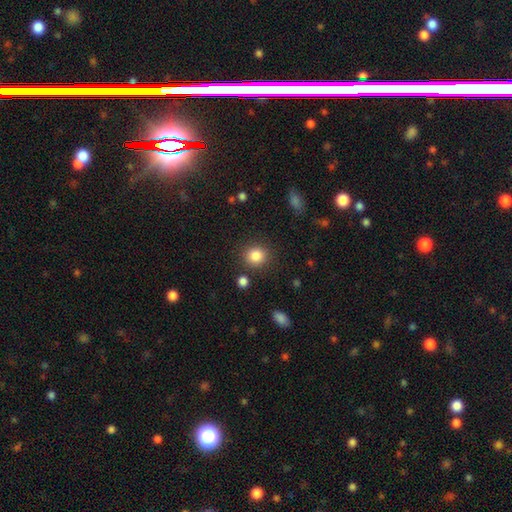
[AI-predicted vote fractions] A smooth galaxy with no disk features (85%) that is round (83%). Merging: none (85%).